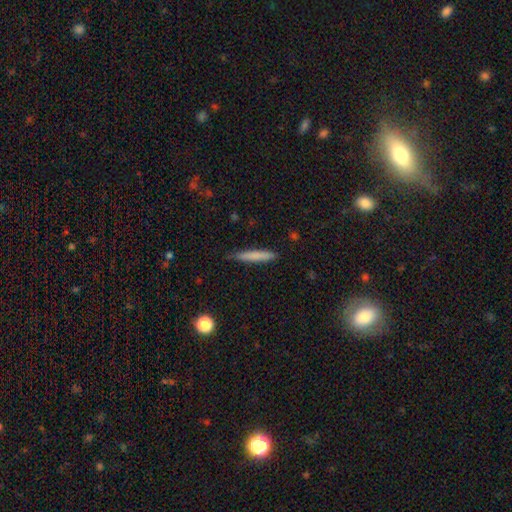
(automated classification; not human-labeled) smooth_or_featured: smooth (p=0.76) [alt: featured or disk p=0.17]
how_rounded: cigar-shaped (p=0.93) [alt: in between p=0.05]
merging: none (p=0.81) [alt: minor disturbance p=0.15]